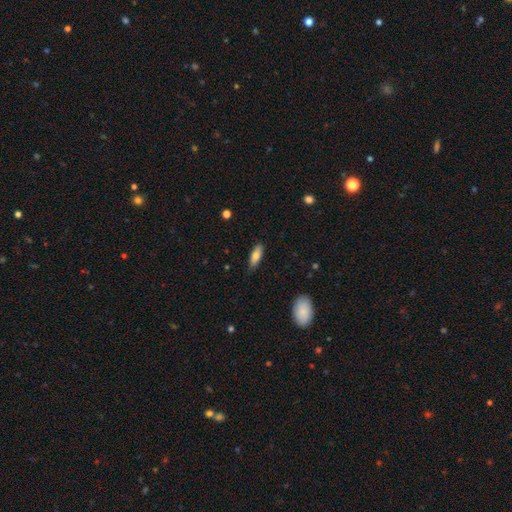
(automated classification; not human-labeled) Smooth or featured? Predicted: smooth (p=0.75). How rounded? Predicted: in between (p=0.53). Merging? Predicted: none (p=0.82).